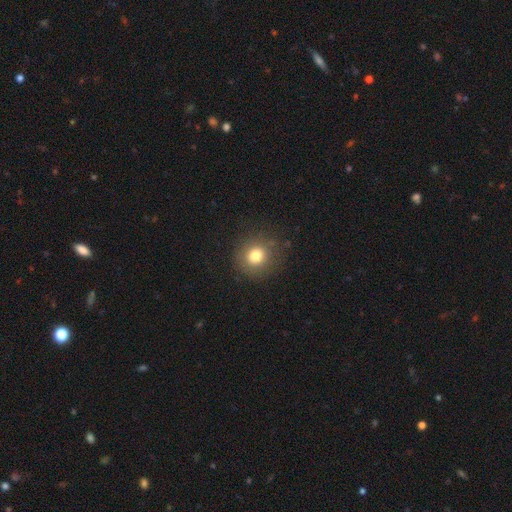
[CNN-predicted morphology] Smooth or featured? smooth (78%)
How rounded? round (90%)
Merging? none (85%)